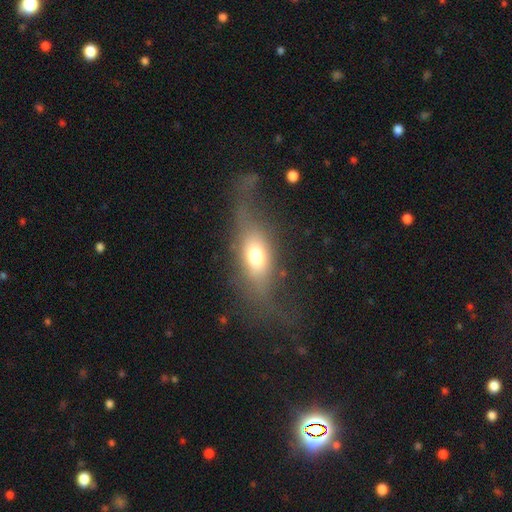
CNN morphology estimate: A smooth galaxy with no disk features (64%) that is in between round and cigar-shaped (75%).

Vote fractions:
- Smooth or featured? smooth: 64% / featured or disk: 26% / star or artifact: 10%
- How rounded? in between: 75% / cigar-shaped: 13% / round: 12%
- Merging? none: 45% / major disturbance: 32% / minor disturbance: 19% / merger: 3%